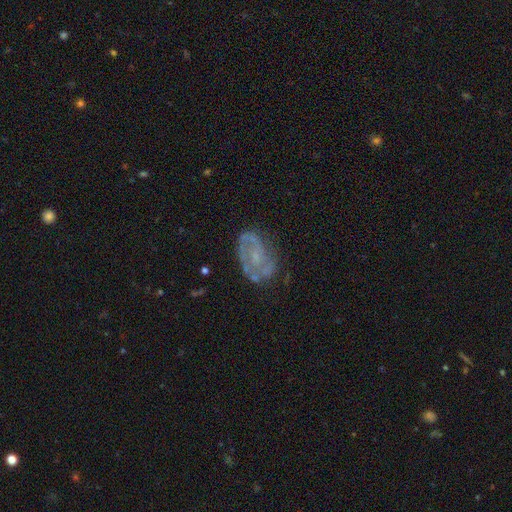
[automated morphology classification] Q: Smooth or featured?
A: featured or disk (73%); runner-up: smooth (19%)
Q: Edge-on disk?
A: no (97%); runner-up: yes (3%)
Q: Bar?
A: no (65%); runner-up: weak (29%)
Q: Spiral arms?
A: yes (72%); runner-up: no (28%)
Q: Spiral winding?
A: medium (43%); runner-up: tight (36%)
Q: Spiral arm count?
A: 2 (54%); runner-up: can't tell (27%)
Q: Bulge size?
A: small (43%); runner-up: none (34%)
Q: Merging?
A: none (61%); runner-up: minor disturbance (22%)